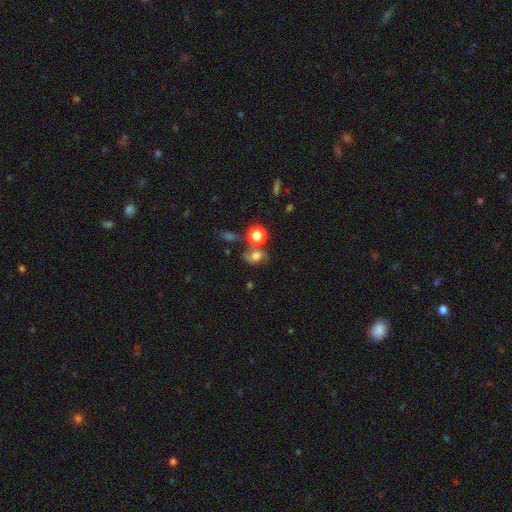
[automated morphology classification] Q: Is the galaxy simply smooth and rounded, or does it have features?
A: smooth — 57%.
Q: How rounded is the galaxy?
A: round — 52%.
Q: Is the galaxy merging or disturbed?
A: none — 48%.